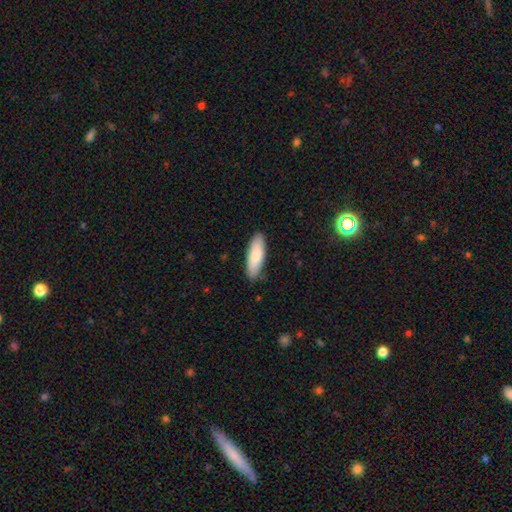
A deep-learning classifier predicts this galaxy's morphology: Q: Smooth or featured?
A: smooth (82%); runner-up: featured or disk (13%)
Q: How rounded?
A: in between (59%); runner-up: cigar-shaped (39%)
Q: Merging?
A: none (84%); runner-up: minor disturbance (13%)